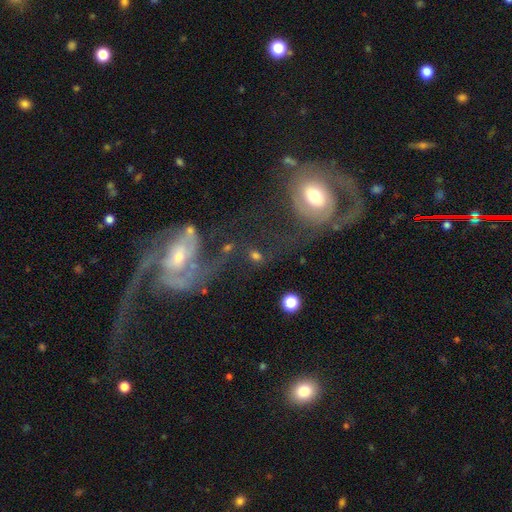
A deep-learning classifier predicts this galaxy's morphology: Smooth or featured?
  - smooth: 45% *
  - featured or disk: 39%
  - star or artifact: 16%
Merging?
  - none: 54% *
  - major disturbance: 17%
  - minor disturbance: 15%
  - merger: 14%